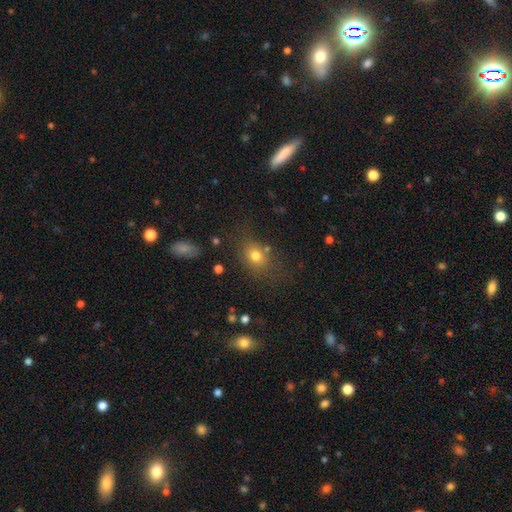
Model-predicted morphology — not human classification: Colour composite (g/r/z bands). It shows a smooth galaxy with no disk features (75%) that is in between round and cigar-shaped (52%). Merging: none (71%).